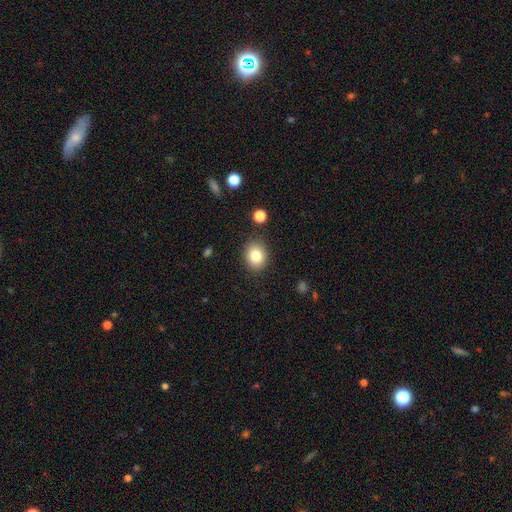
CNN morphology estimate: Smooth or featured? Predicted: smooth (p=0.82). How rounded? Predicted: round (p=0.59). Merging? Predicted: none (p=0.86).